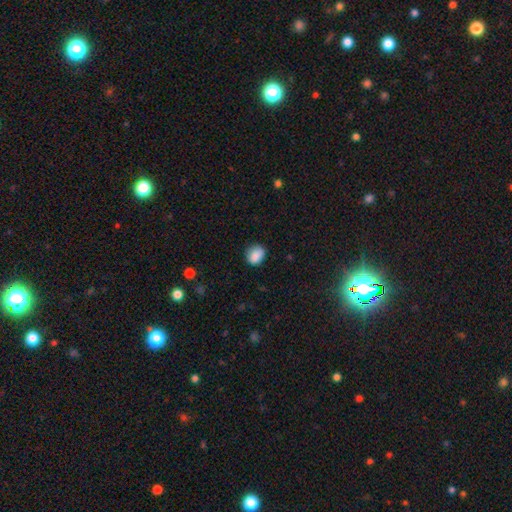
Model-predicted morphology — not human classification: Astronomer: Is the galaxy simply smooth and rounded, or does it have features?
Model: smooth — 87%.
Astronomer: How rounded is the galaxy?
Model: round — 59% (runner-up: in between, 40%).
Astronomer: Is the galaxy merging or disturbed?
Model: none — 75%.